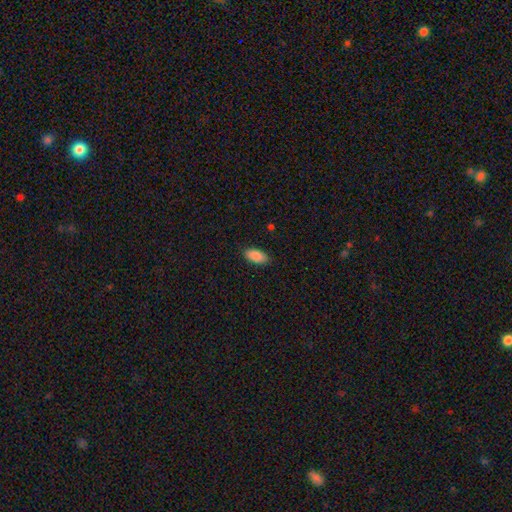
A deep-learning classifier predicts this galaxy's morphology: Q: Smooth or featured?
A: smooth (89%); runner-up: star or artifact (7%)
Q: How rounded?
A: in between (92%); runner-up: cigar-shaped (5%)
Q: Merging?
A: none (88%); runner-up: minor disturbance (9%)